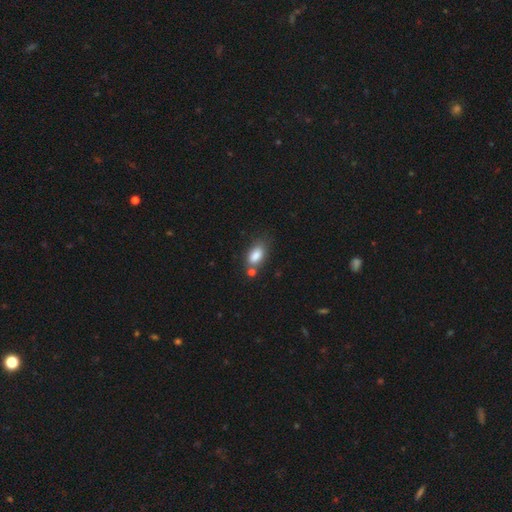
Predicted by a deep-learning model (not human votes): Smooth or featured? Predicted: smooth (p=0.84). How rounded? Predicted: in between (p=0.89). Merging? Predicted: none (p=0.54).